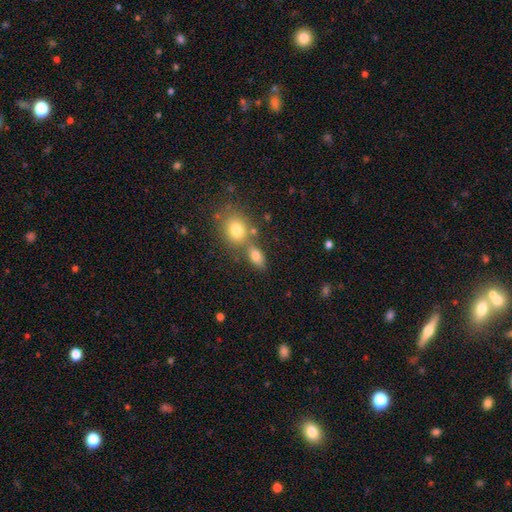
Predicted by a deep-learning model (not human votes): smooth 78%, featured or disk 11%, star or artifact 11%. Down the decision tree: how rounded — in between (80%); merging — none (57%).